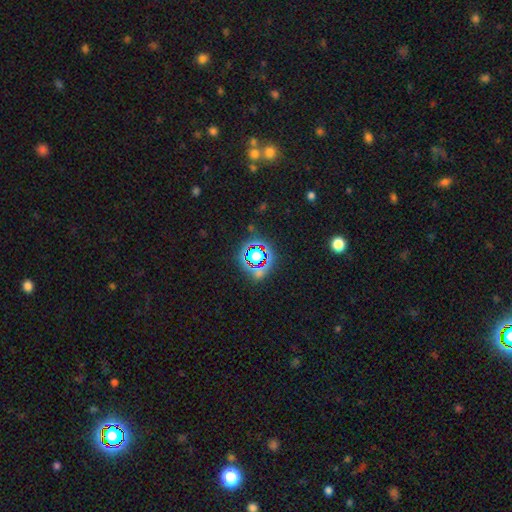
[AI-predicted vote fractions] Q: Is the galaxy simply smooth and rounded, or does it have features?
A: star or artifact — 64%.